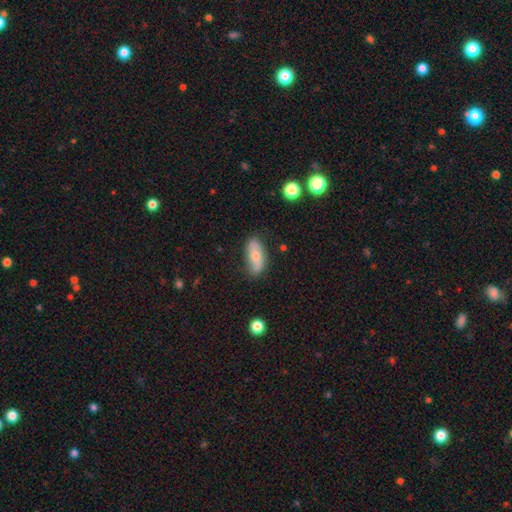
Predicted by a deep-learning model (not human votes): This appears to be a smooth galaxy with no disk features (61%) that is in between round and cigar-shaped (83%). Merging: none (72%).